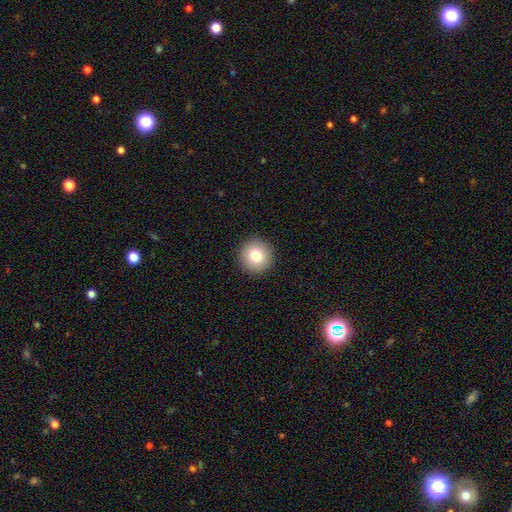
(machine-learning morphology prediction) A smooth galaxy with no disk features (80%) that is round (96%). Merging: none (93%).